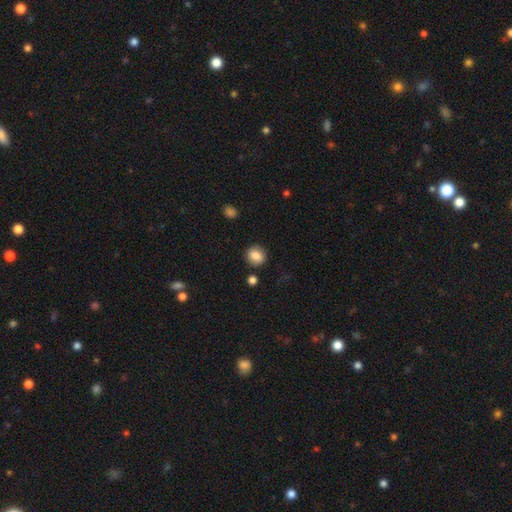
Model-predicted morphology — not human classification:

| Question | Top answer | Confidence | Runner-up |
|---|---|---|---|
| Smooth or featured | smooth | 83% | star or artifact (9%) |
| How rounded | round | 81% | in between (18%) |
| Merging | none | 87% | minor disturbance (8%) |